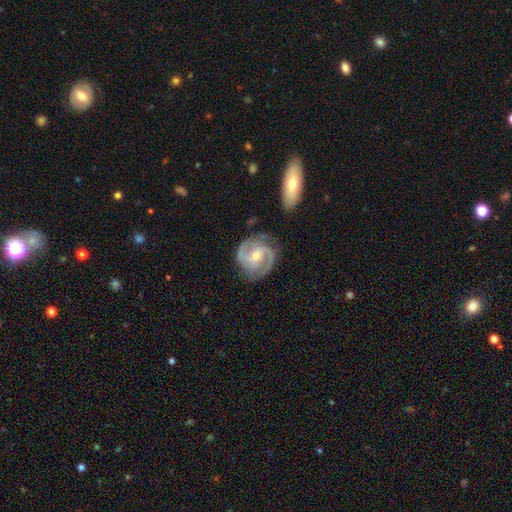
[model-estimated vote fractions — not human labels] Overall: featured or disk (91%). Edge-on disk: no (98%). Bar: weak (42%; no 39%). Spiral arms: yes (98%). Spiral arm count: 2 (83%). Spiral winding: medium (51%; tight 42%). Bulge size: small (56%; moderate 40%). Merging: none (77%).